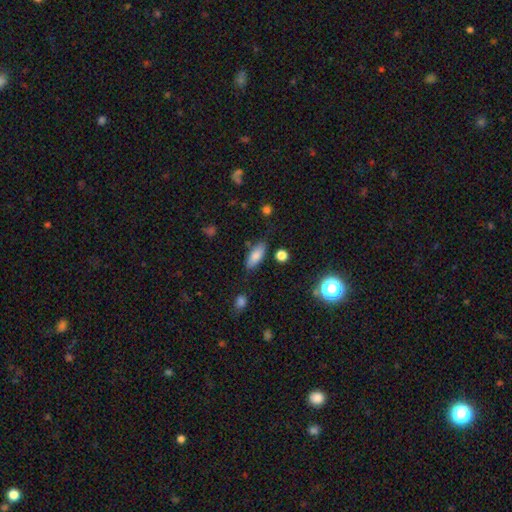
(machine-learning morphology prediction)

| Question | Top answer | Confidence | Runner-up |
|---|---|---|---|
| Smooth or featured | smooth | 81% | featured or disk (11%) |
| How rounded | in between | 78% | cigar-shaped (19%) |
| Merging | none | 77% | minor disturbance (15%) |